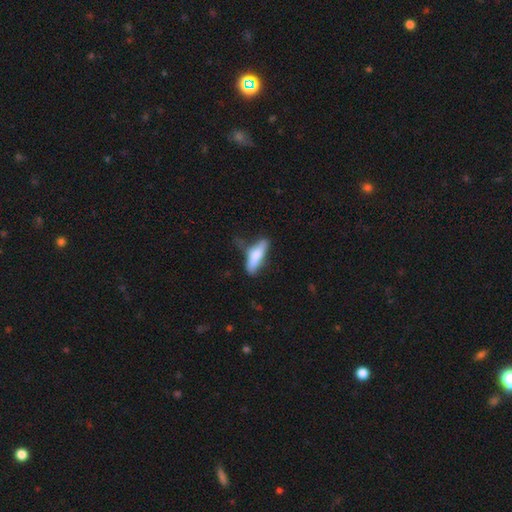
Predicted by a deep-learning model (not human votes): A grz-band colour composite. It shows a smooth galaxy with no disk features (67%) that is cigar-shaped (59%). Merging: none (50%).